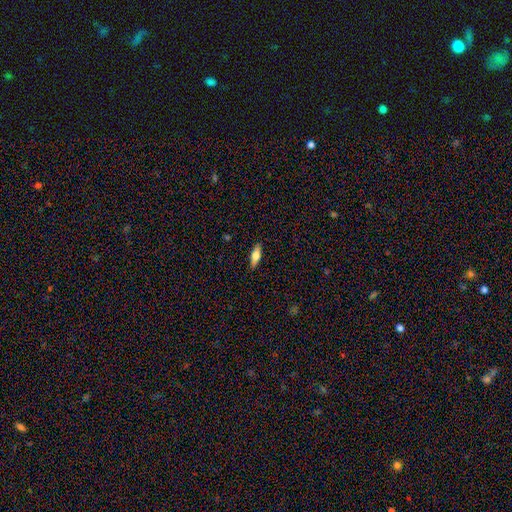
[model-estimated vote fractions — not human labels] Smooth or featured? Predicted: smooth (p=0.57). How rounded? Predicted: in between (p=0.56). Merging? Predicted: none (p=0.89).